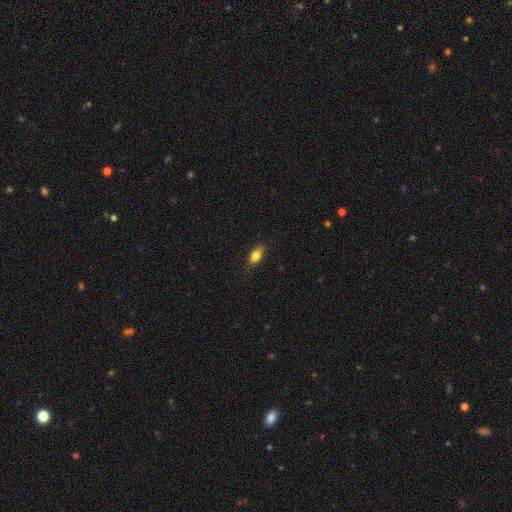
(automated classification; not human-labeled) smooth_or_featured: smooth (p=0.80) [alt: featured or disk p=0.12]
how_rounded: in between (p=0.86) [alt: cigar-shaped p=0.08]
merging: none (p=0.84) [alt: minor disturbance p=0.12]